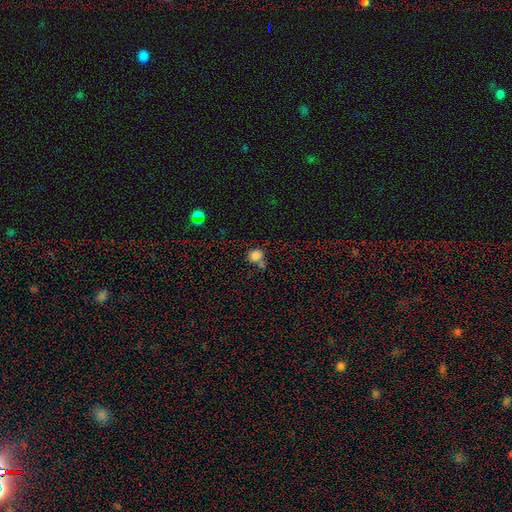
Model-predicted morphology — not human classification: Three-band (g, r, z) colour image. It shows a smooth galaxy with no disk features (83%) that is round (79%). Merging: none (52%).